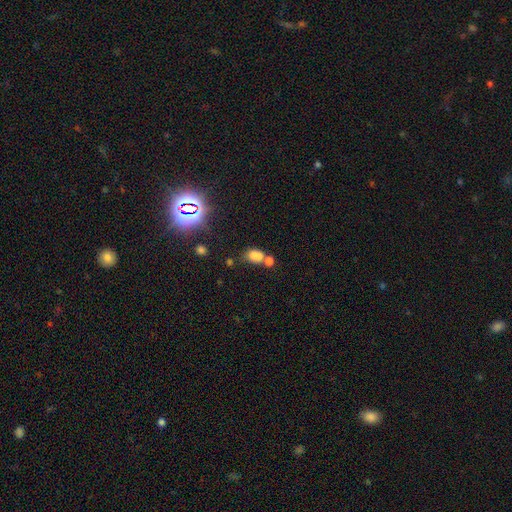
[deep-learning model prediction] smooth_or_featured: smooth (p=0.73) [alt: star or artifact p=0.18]
how_rounded: in between (p=0.72) [alt: round p=0.26]
merging: merger (p=0.40) [tied with: none p=0.40]